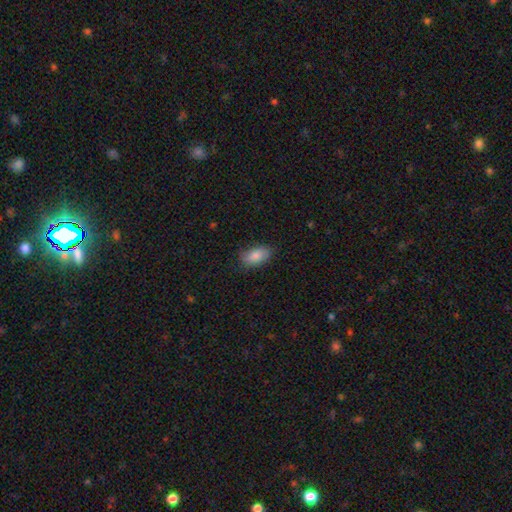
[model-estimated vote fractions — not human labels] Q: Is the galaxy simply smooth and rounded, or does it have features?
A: smooth — 85%.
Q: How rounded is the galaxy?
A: in between — 92%.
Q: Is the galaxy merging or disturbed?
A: none — 79%.